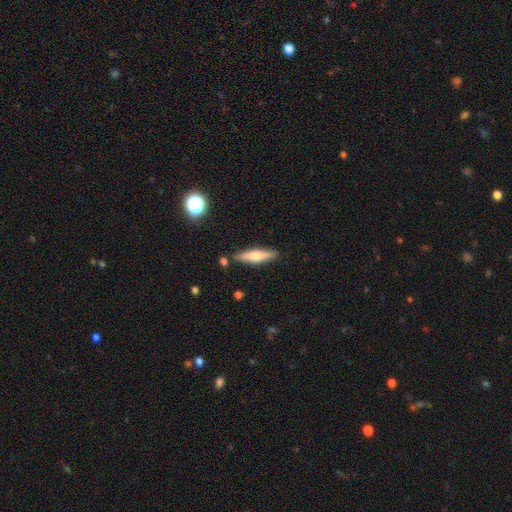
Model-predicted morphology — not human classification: Overall: smooth (57%; featured or disk 36%). How rounded: cigar-shaped (72%). Merging: none (84%).